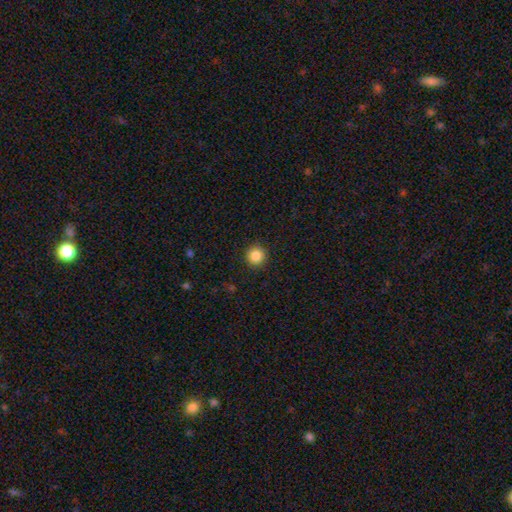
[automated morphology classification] type=smooth (86%); roundness=round (94%); merging=none (92%).